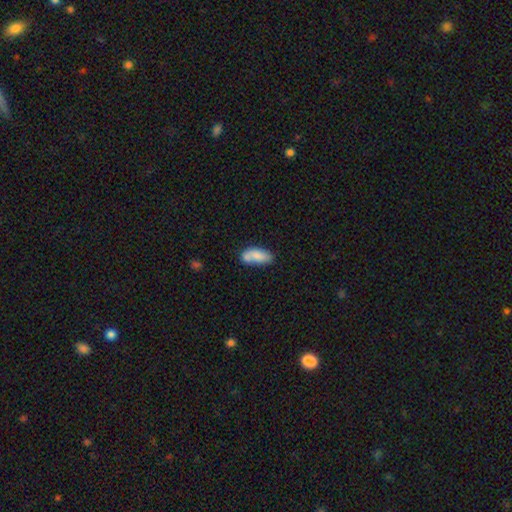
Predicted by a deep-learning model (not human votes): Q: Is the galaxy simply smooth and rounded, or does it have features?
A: smooth — 79%.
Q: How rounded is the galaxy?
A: in between — 84%.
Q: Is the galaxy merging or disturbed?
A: none — 46%.